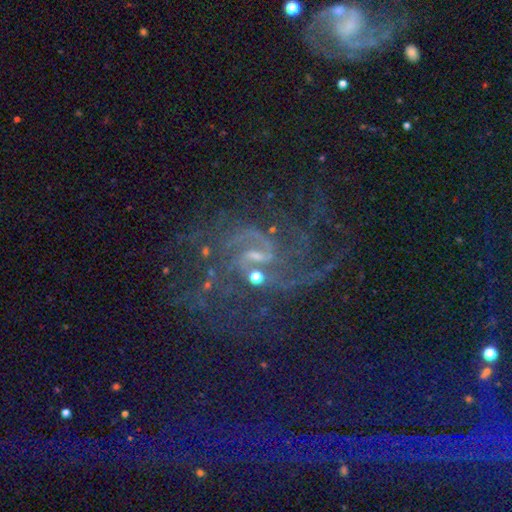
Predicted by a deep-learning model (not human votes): Morphology: type=featured or disk (82%); edge-on=no (98%); bar=weak (55%); spiral arms=yes (95%); winding=medium (49%); arm count=2 (46%); bulge=small (59%); merging=none (55%).